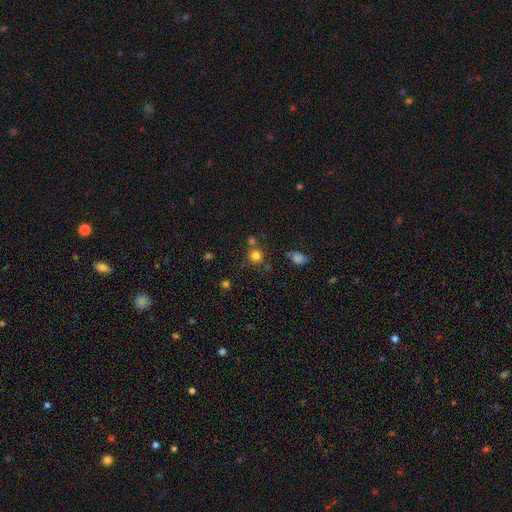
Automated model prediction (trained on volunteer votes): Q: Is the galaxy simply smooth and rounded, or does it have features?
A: smooth — 78%.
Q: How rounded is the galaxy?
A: round — 90%.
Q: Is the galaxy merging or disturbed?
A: none — 71%.